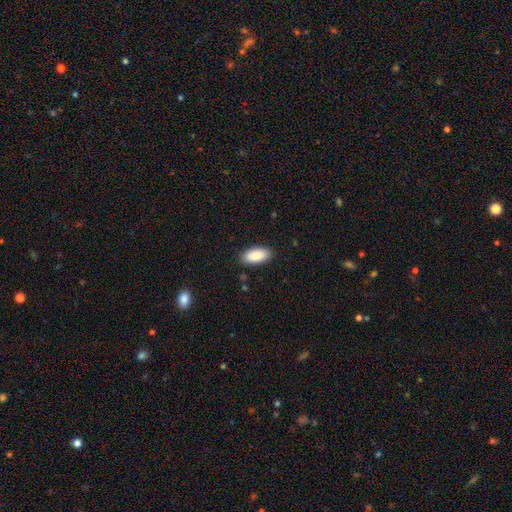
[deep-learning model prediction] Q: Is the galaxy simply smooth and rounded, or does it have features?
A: smooth — 89%.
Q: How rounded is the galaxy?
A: in between — 91%.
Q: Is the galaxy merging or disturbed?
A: none — 87%.